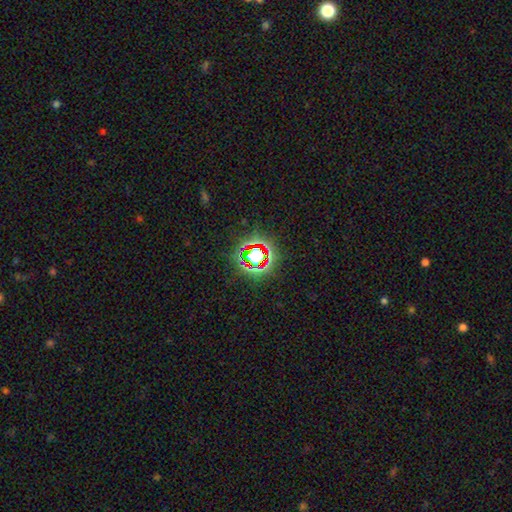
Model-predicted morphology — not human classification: smooth-or-featured: star or artifact: 72% | smooth: 17% | featured or disk: 11%